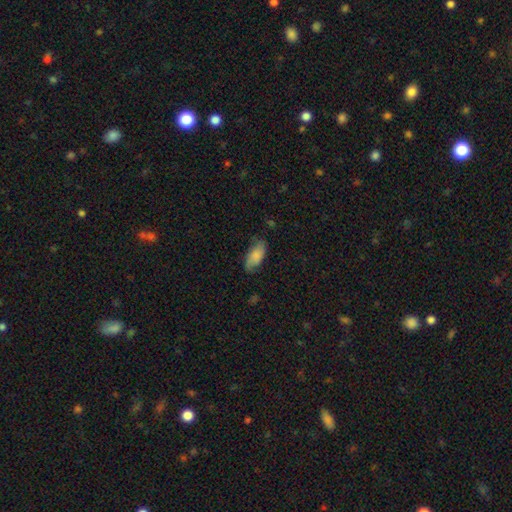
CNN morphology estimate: The model was most divided on "merging": none: 71%, minor disturbance: 22%, major disturbance: 6%, merger: 1%. More confident: how rounded — in between (88%); smooth or featured — smooth (75%).